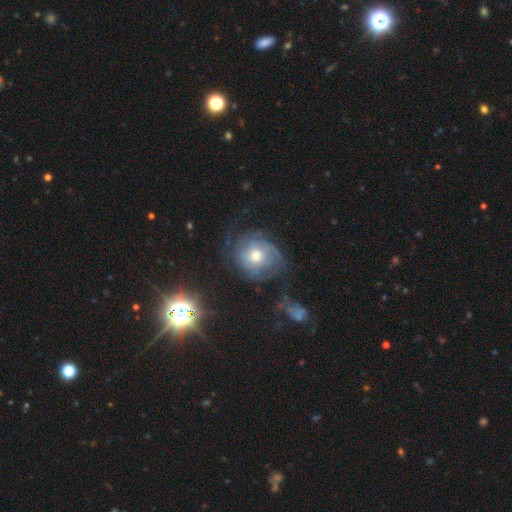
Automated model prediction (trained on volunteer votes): Smooth or featured? featured or disk (63%)
Edge-on disk? no (97%)
Bar? no (79%)
Spiral arms? yes (80%)
Bulge size? moderate (68%)
Merging? none (59%)